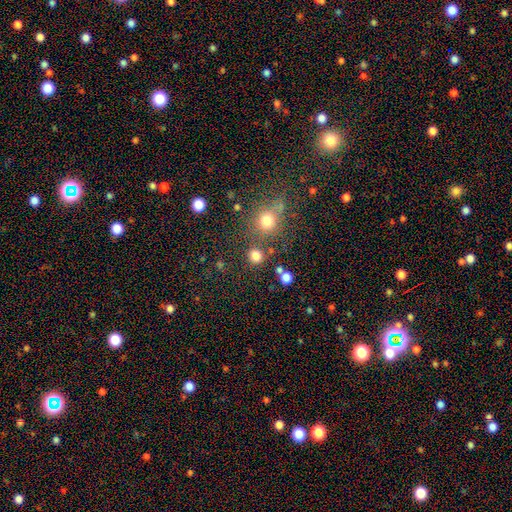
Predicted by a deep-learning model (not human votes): Smooth or featured? Predicted: smooth (p=0.80). How rounded? Predicted: round (p=0.90). Merging? Predicted: none (p=0.79).